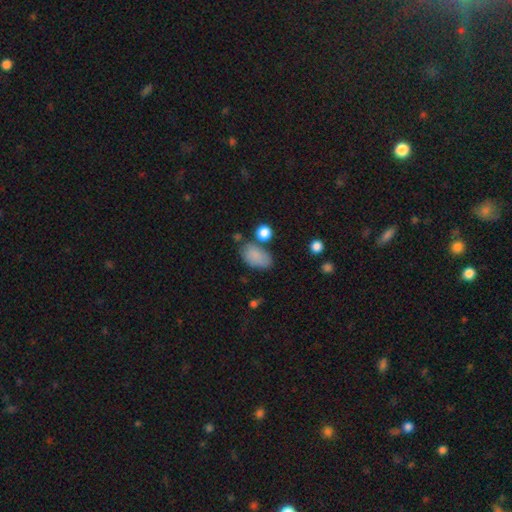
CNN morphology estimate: A smooth galaxy with no disk features (83%) that is in between round and cigar-shaped (90%). Merging: none (57%).